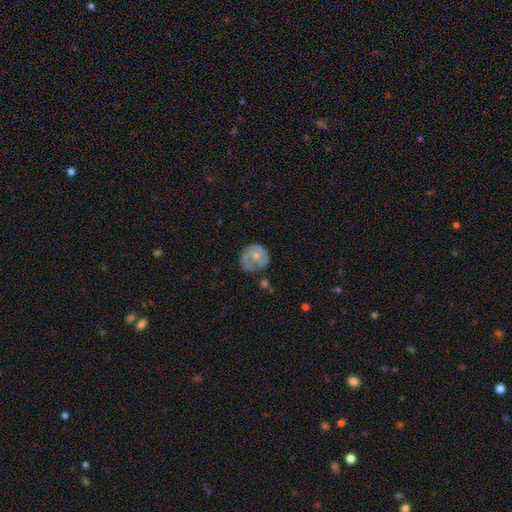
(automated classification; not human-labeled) smooth 49%, featured or disk 44%, star or artifact 6%. Down the decision tree: merging — none (52%).